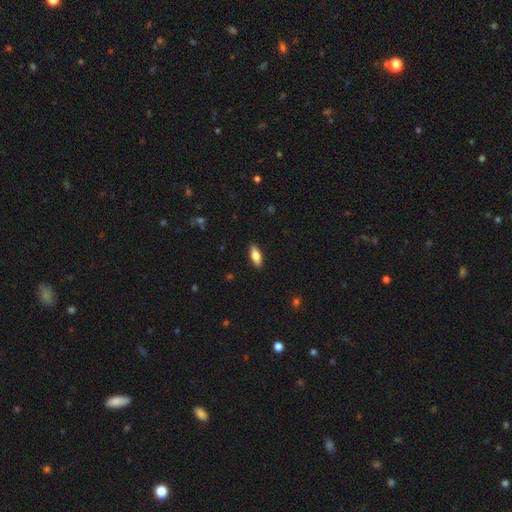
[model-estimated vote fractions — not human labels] Smooth or featured? Predicted: smooth (p=0.72). How rounded? Predicted: in between (p=0.69). Merging? Predicted: none (p=0.90).